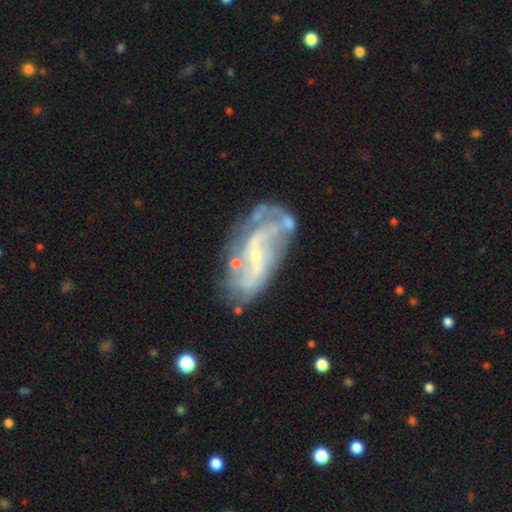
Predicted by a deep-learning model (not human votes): A featured or disk galaxy (81%) with no bar (42%), 2 (59%) loose (50%) spiral arms (79%) and a small central bulge (75%).

Vote fractions:
- Smooth or featured? featured or disk: 81% / smooth: 12% / star or artifact: 7%
- Edge-on disk? no: 96% / yes: 4%
- Bar? no: 42% / weak: 40% / strong: 18%
- Spiral arms? yes: 79% / no: 21%
- Spiral winding? loose: 50% / medium: 34% / tight: 16%
- Spiral arm count? 2: 59% / can't tell: 24% / 3: 6% / 1: 5% / 4: 3% / more than 4: 3%
- Bulge size? small: 75% / moderate: 13% / none: 9% / large: 1% / dominant: 1%
- Merging? none: 49% / minor disturbance: 23% / major disturbance: 19% / merger: 10%